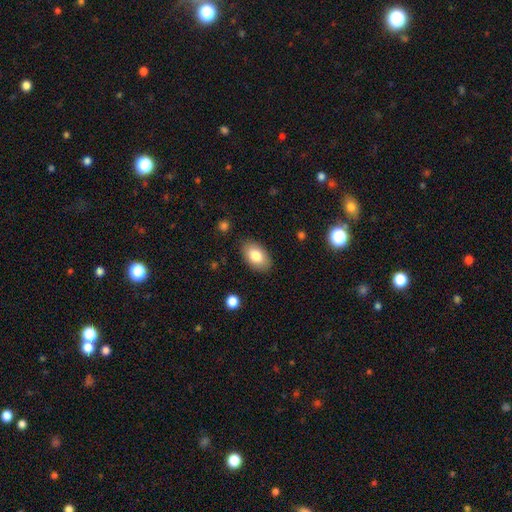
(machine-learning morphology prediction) Smooth or featured: smooth — 81% (featured or disk — 12%)
How rounded: in between — 92% (round — 7%)
Merging: none — 86% (minor disturbance — 10%)